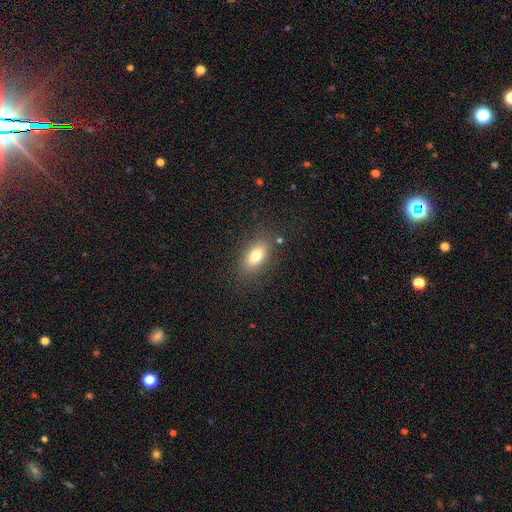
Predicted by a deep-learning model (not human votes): This is likely a smooth galaxy (76%). How rounded: clearly in between (85%). Merging: clearly none (82%).